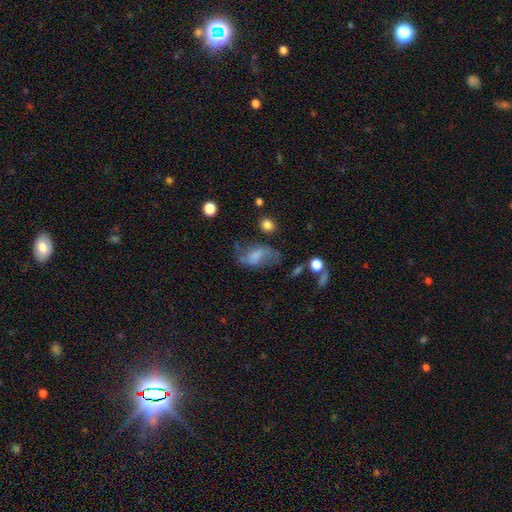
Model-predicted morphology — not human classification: The model was most divided on "smooth or featured": featured or disk: 51%, smooth: 38%, star or artifact: 11%. Remaining: edge-on disk — no (95%); merging — none (42%).